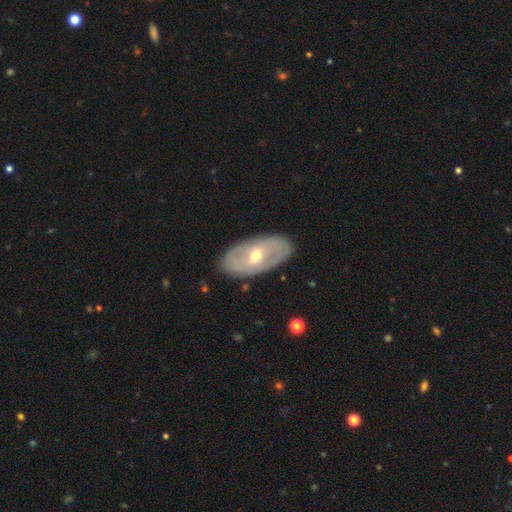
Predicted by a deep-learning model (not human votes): Q: Smooth or featured?
A: featured or disk (66%); runner-up: smooth (28%)
Q: Edge-on disk?
A: no (89%); runner-up: yes (11%)
Q: Bar?
A: weak (43%); runner-up: no (39%)
Q: Spiral arms?
A: yes (56%); runner-up: no (44%)
Q: Bulge size?
A: moderate (57%); runner-up: small (39%)
Q: Merging?
A: none (84%); runner-up: minor disturbance (11%)